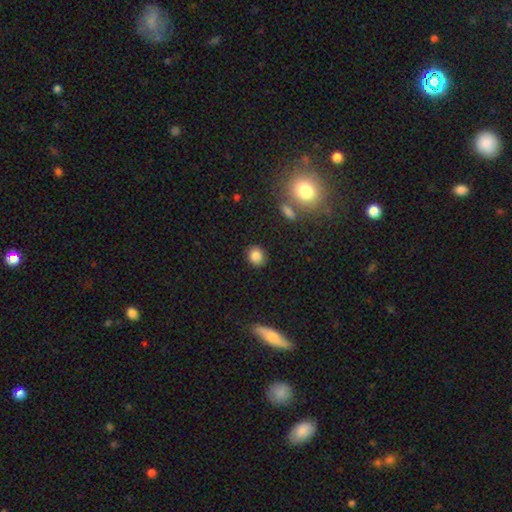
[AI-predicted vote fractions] A smooth galaxy with no disk features (85%) that is round (77%). Merging: none (87%).